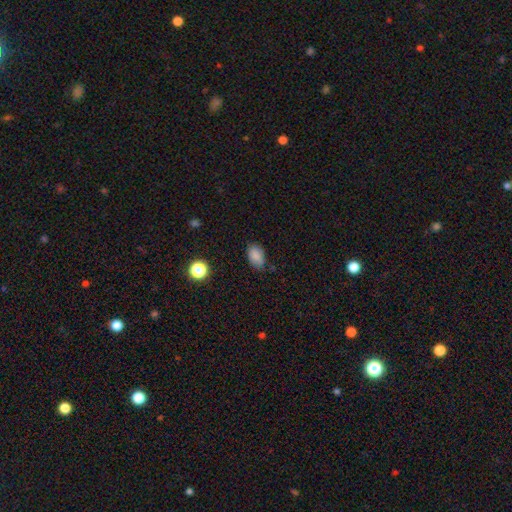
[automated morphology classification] This appears to be a smooth galaxy with no disk features (85%) that is in between round and cigar-shaped (88%). Merging: none (73%).